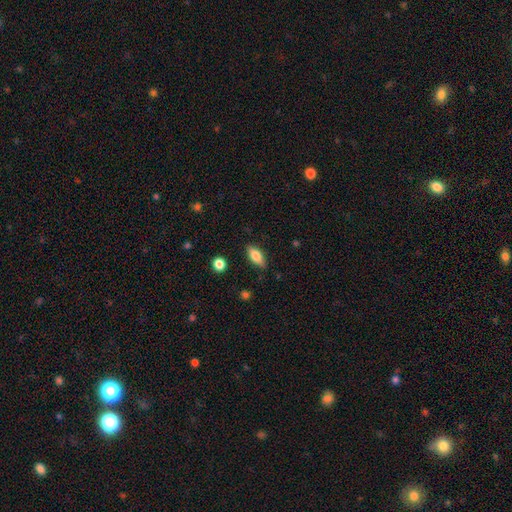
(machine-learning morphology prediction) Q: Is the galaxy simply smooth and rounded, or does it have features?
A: smooth — 71%.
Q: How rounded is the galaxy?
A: in between — 77%.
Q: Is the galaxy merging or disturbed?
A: none — 84%.